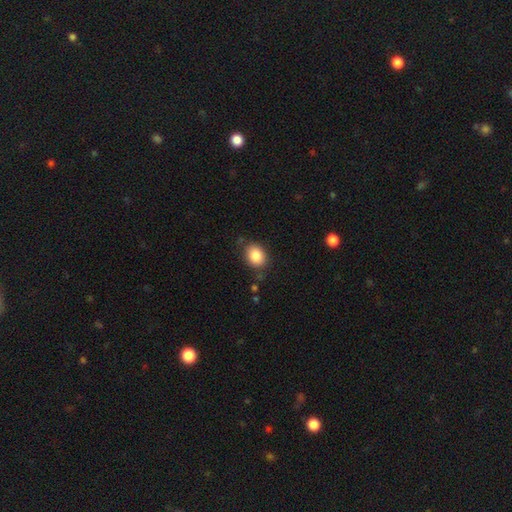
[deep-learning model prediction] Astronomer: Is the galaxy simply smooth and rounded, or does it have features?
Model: smooth — 85%.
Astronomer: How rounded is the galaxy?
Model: in between — 57% (runner-up: round, 42%).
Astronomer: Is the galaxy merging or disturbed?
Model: none — 79%.